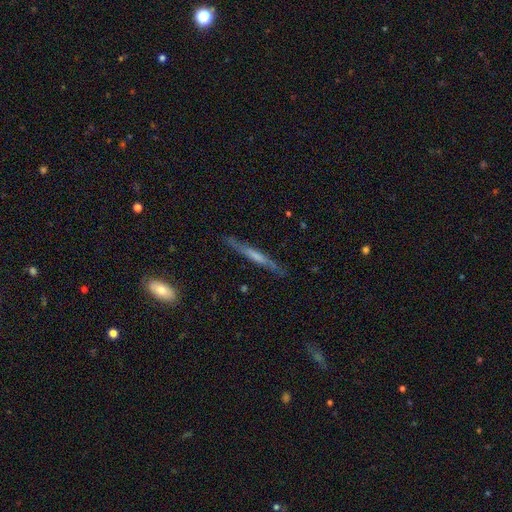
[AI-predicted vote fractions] smooth-or-featured: featured or disk: 58% | smooth: 35% | star or artifact: 7%
  disk-edge-on: yes: 92% | no: 8%
    edge-on-bulge: none: 60% | rounded: 22% | boxy: 18%
  merging: none: 83% | minor disturbance: 13% | major disturbance: 3% | merger: 2%